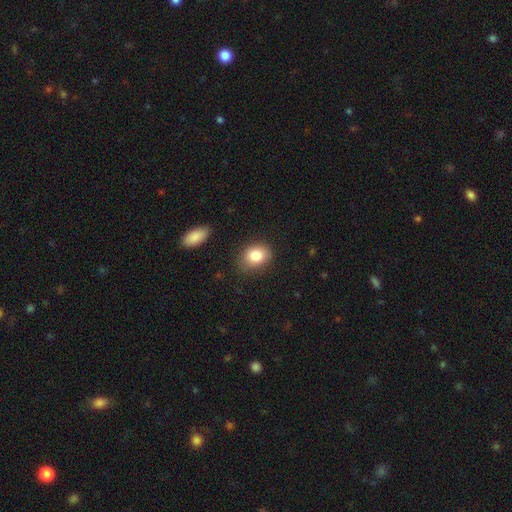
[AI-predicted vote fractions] Overall: smooth (83%). How rounded: in between (63%; round 36%). Merging: none (77%).